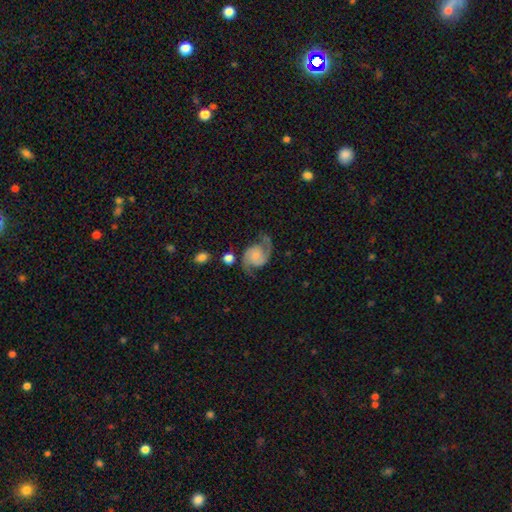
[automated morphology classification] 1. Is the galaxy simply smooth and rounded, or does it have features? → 87% featured or disk, 7% smooth, 6% star or artifact.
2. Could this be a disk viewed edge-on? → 98% no, 2% yes.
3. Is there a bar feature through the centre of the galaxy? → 74% no, 22% weak, 5% strong.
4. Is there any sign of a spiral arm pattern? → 97% yes, 3% no.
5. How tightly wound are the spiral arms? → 51% medium, 32% loose, 17% tight.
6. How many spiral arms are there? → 93% 2, 2% 1, 2% can't tell, 1% 3, 1% 4, 1% more than 4.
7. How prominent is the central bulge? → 51% small, 27% moderate, 14% none, 5% large, 2% dominant.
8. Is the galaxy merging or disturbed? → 67% none, 18% minor disturbance, 10% major disturbance, 4% merger.